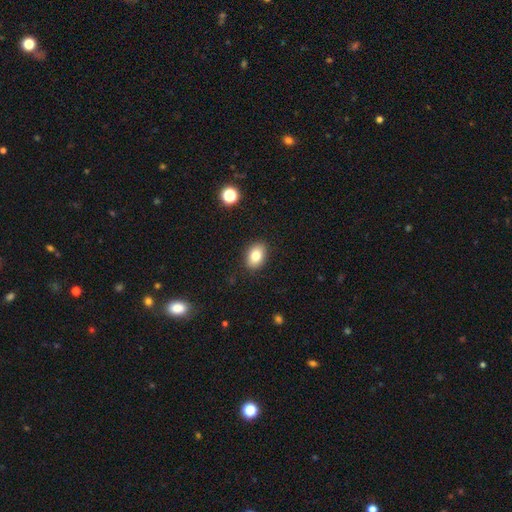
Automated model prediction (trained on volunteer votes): Morphology: type=smooth (82%); roundness=in between (82%); merging=none (88%).